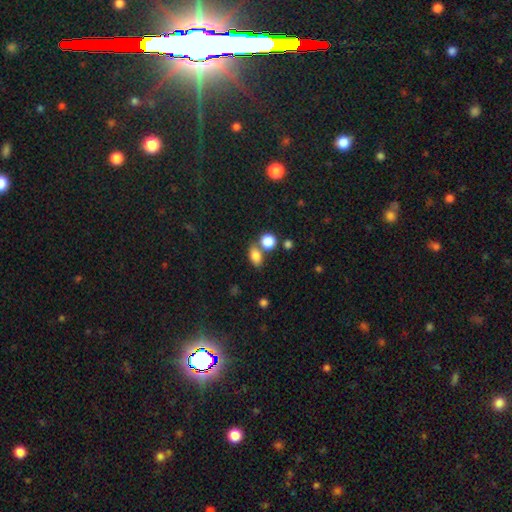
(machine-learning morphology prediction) type=smooth (82%); roundness=in between (76%); merging=none (54%).